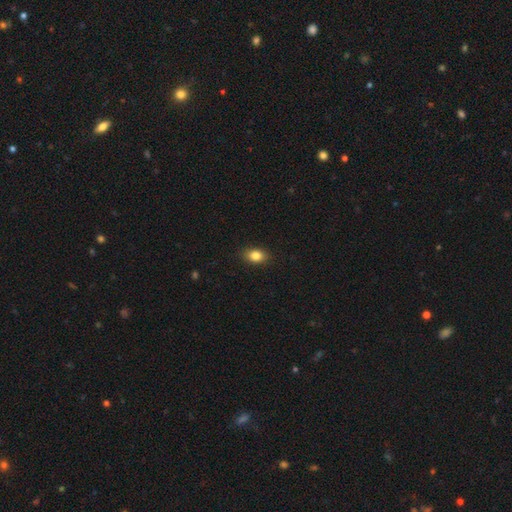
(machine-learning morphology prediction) A smooth galaxy with no disk features (84%) that is in between round and cigar-shaped (79%).

Vote fractions:
- Smooth or featured? smooth: 84% / star or artifact: 9% / featured or disk: 7%
- How rounded? in between: 79% / round: 19% / cigar-shaped: 2%
- Merging? none: 87% / minor disturbance: 10% / major disturbance: 2% / merger: 1%